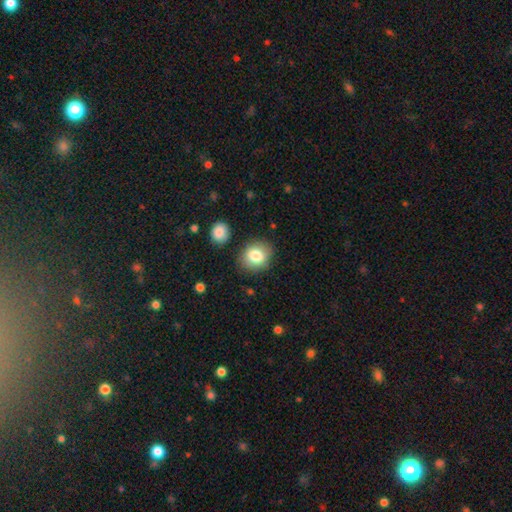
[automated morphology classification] smooth_or_featured: smooth (p=0.80) [alt: featured or disk p=0.11]
how_rounded: round (p=0.63) [alt: in between p=0.36]
merging: none (p=0.84) [alt: minor disturbance p=0.10]